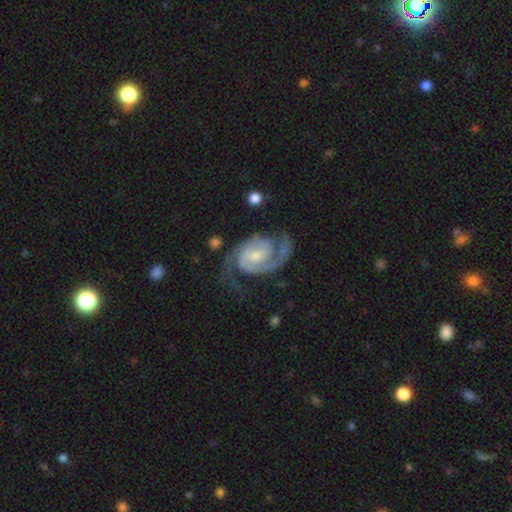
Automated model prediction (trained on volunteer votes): A featured or disk galaxy (91%) with no bar (52%), 2 (86%) medium (45%) spiral arms (98%) and a small central bulge (49%).

Vote fractions:
- Smooth or featured? featured or disk: 91% / smooth: 5% / star or artifact: 4%
- Edge-on disk? no: 98% / yes: 2%
- Bar? no: 52% / weak: 37% / strong: 11%
- Spiral arms? yes: 98% / no: 2%
- Spiral winding? medium: 45% / tight: 43% / loose: 12%
- Spiral arm count? 2: 86% / 1: 4% / 3: 4% / can't tell: 3% / 4: 1% / more than 4: 1%
- Bulge size? small: 49% / moderate: 44% / large: 4% / none: 3% / dominant: 1%
- Merging? none: 65% / minor disturbance: 19% / major disturbance: 14% / merger: 2%